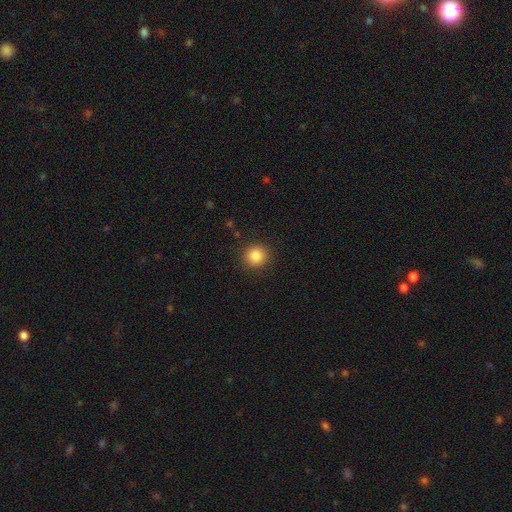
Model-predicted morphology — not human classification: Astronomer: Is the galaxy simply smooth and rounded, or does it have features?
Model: smooth — 86%.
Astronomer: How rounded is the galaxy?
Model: round — 92%.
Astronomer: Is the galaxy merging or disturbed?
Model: none — 90%.